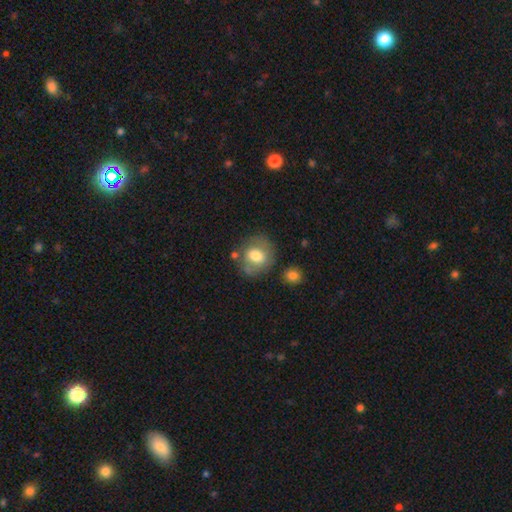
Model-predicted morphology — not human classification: This appears to be a smooth galaxy with no disk features (65%) that is round (68%). Merging: none (67%).